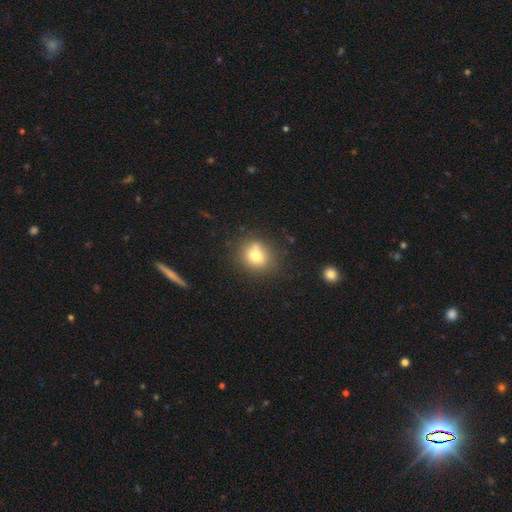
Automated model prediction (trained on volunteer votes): A smooth galaxy with no disk features (73%) that is round (70%). Merging: none (68%).